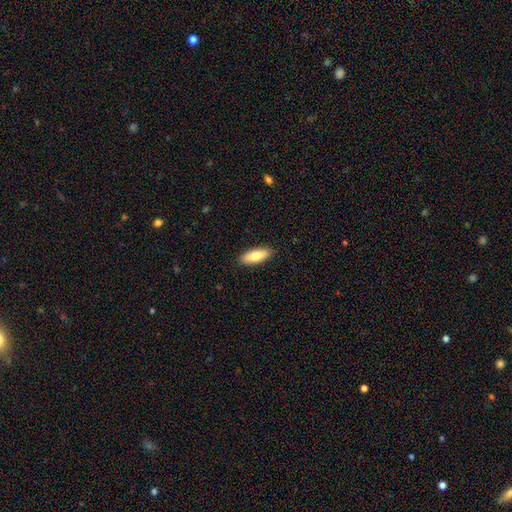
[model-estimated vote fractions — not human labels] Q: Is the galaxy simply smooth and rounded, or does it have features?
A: smooth — 79%.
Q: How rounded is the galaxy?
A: in between — 75%.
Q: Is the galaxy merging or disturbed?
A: none — 89%.